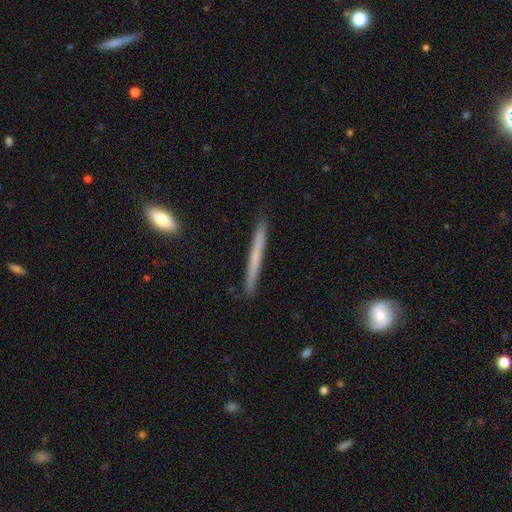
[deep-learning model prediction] smooth 50%, featured or disk 44%, star or artifact 6%. Down the decision tree: how rounded — cigar-shaped (97%); merging — none (91%).